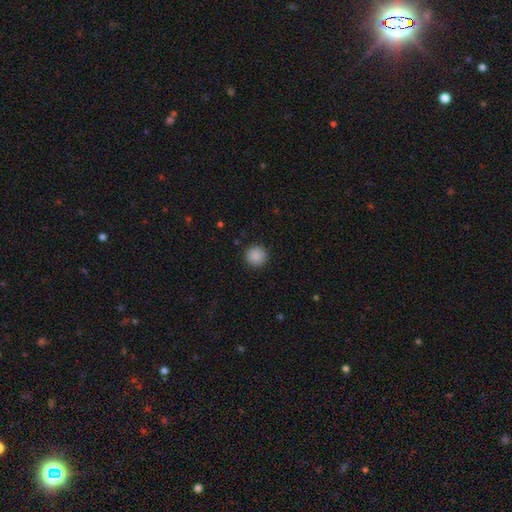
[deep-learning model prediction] This is clearly a smooth galaxy (88%). How rounded: clearly round (95%). Merging: clearly none (92%).